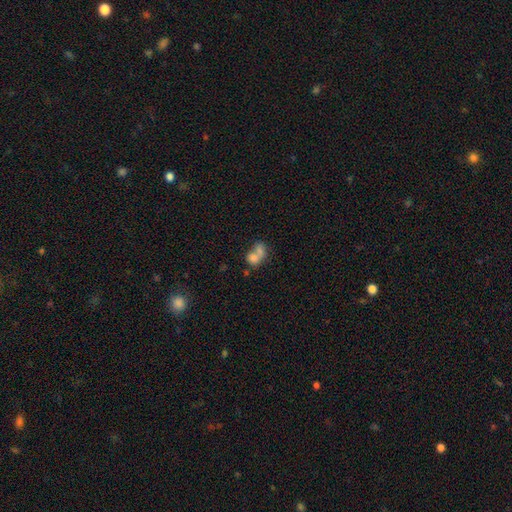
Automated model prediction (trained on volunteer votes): Overall: smooth (71%). How rounded: in between (56%; round 42%). Merging: merger (70%).